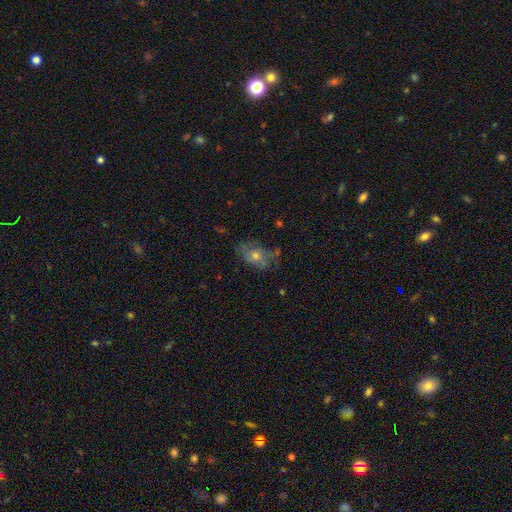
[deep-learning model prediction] A smooth galaxy with no disk features (47%).

Vote fractions:
- Smooth or featured? smooth: 47% / featured or disk: 40% / star or artifact: 13%
- Merging? none: 60% / minor disturbance: 26% / major disturbance: 11% / merger: 3%